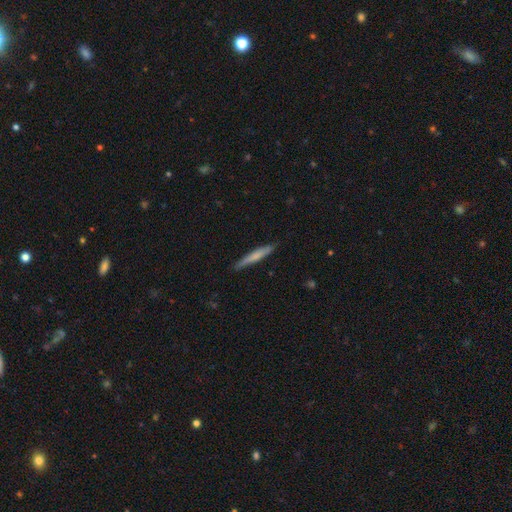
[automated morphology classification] Smooth or featured?
  - smooth: 63% *
  - featured or disk: 32%
  - star or artifact: 5%
How rounded?
  - cigar-shaped: 94% *
  - in between: 4%
  - round: 1%
Merging?
  - none: 83% *
  - minor disturbance: 13%
  - major disturbance: 2%
  - merger: 1%